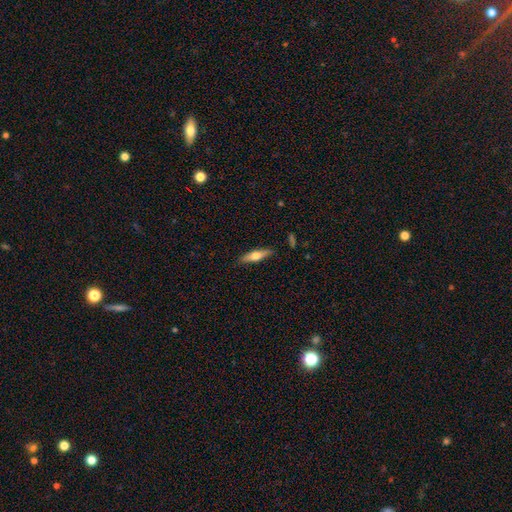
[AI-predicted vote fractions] Morphology: type=smooth (53%); roundness=cigar-shaped (71%); merging=none (87%).